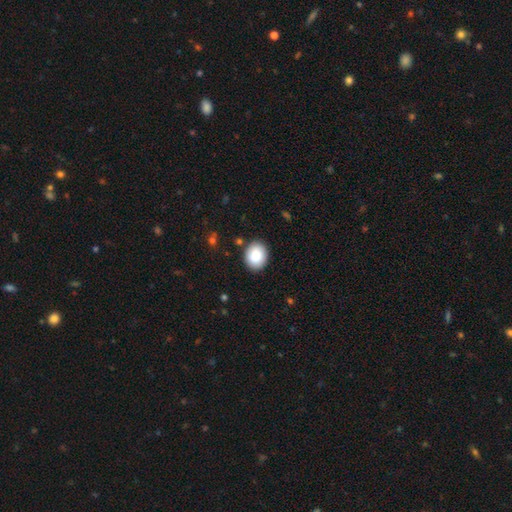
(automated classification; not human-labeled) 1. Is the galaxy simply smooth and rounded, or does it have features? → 87% smooth, 7% star or artifact, 6% featured or disk.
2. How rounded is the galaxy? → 53% in between, 46% round, 1% cigar-shaped.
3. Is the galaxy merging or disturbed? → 87% none, 10% minor disturbance, 2% major disturbance, 2% merger.